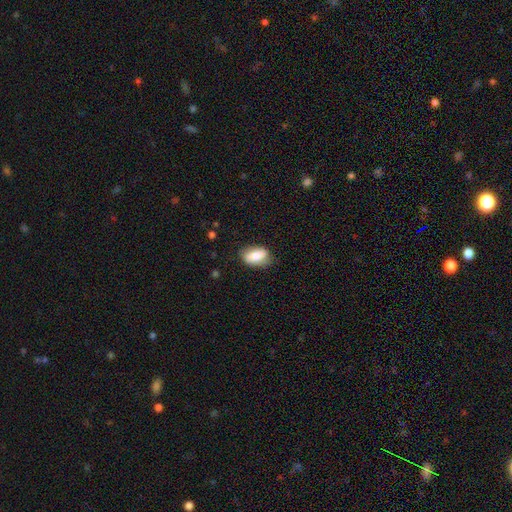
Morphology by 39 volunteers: smooth-or-featured: smooth: 56% | featured or disk: 36% | star or artifact: 8%
  how-rounded: in between: 91% | round: 5% | cigar-shaped: 5%
  merging: none: 72% | minor disturbance: 17% | major disturbance: 8% | merger: 3%